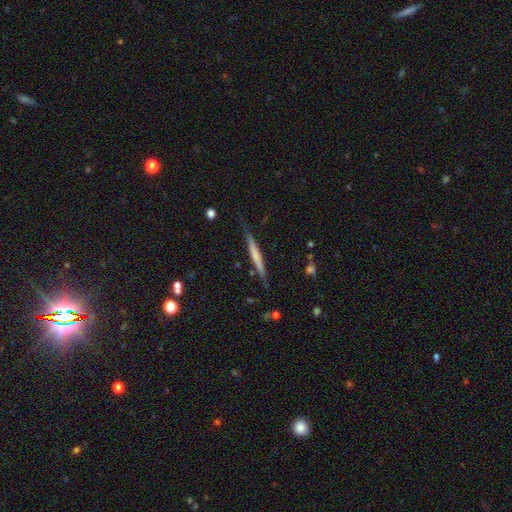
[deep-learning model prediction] A featured or disk galaxy (53%) viewed edge-on (95%) with no central bulge (63%).

Vote fractions:
- Smooth or featured? featured or disk: 53% / smooth: 41% / star or artifact: 6%
- Edge-on disk? yes: 95% / no: 5%
- Edge-on bulge? none: 63% / rounded: 25% / boxy: 12%
- Merging? none: 78% / minor disturbance: 16% / major disturbance: 4% / merger: 2%